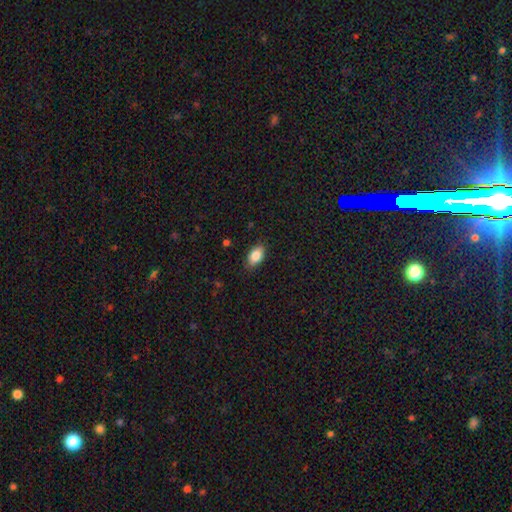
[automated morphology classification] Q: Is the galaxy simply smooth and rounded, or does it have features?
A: smooth — 86%.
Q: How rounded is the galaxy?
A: in between — 93%.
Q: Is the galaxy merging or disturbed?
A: none — 86%.